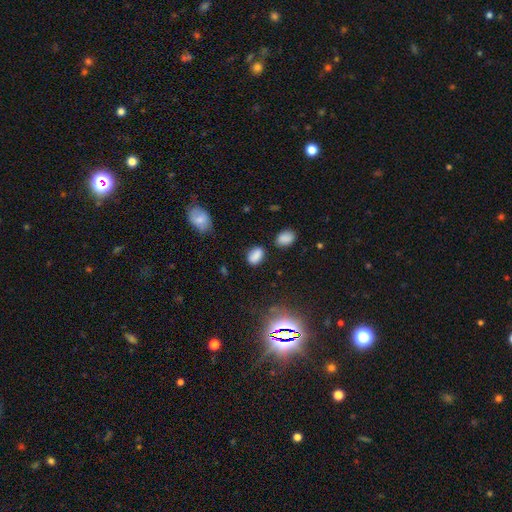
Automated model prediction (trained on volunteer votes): Smooth or featured? smooth (81%)
How rounded? in between (87%)
Merging? none (74%)